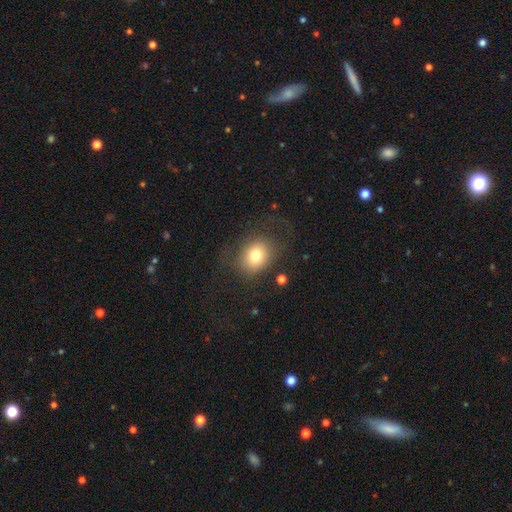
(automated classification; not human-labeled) Smooth or featured?
  - smooth: 74% *
  - featured or disk: 14%
  - star or artifact: 11%
How rounded?
  - round: 56% *
  - in between: 43%
  - cigar-shaped: 1%
Merging?
  - none: 65% *
  - minor disturbance: 17%
  - major disturbance: 16%
  - merger: 2%